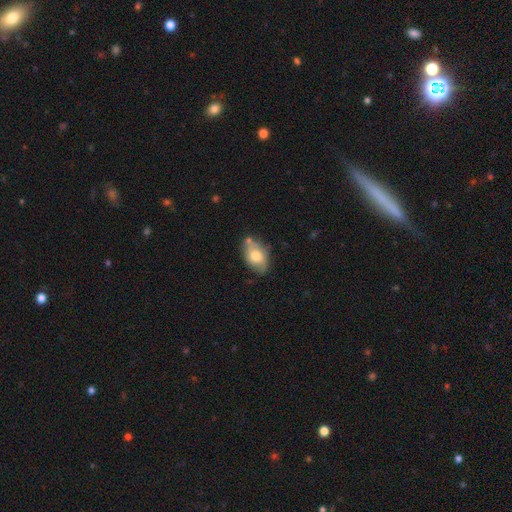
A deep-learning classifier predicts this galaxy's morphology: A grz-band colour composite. It shows a smooth galaxy with no disk features (64%) that is in between round and cigar-shaped (89%). Merging: none (62%).